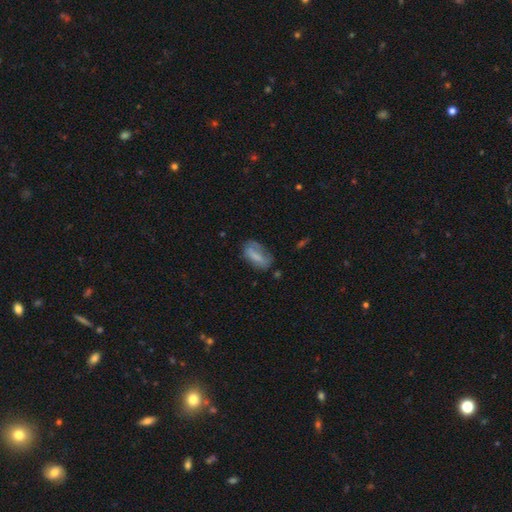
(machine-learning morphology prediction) This appears to be a smooth galaxy with no disk features (67%) that is in between round and cigar-shaped (82%). Merging: none (51%).